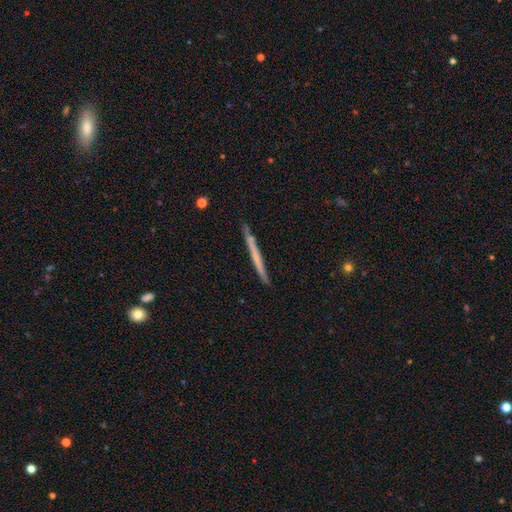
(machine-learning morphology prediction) A smooth galaxy with no disk features (48%).

Vote fractions:
- Smooth or featured? smooth: 48% / featured or disk: 47% / star or artifact: 6%
- Merging? none: 89% / minor disturbance: 8% / major disturbance: 1% / merger: 1%